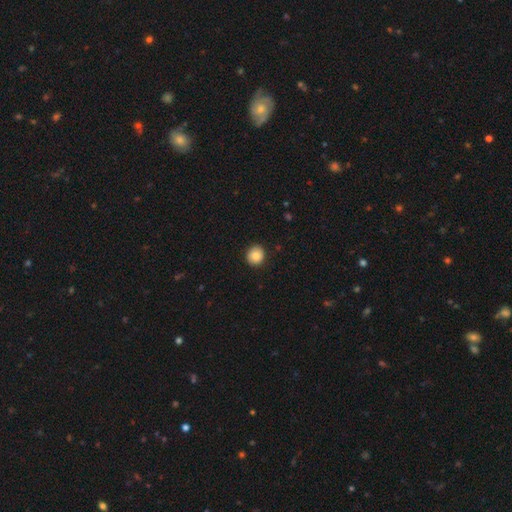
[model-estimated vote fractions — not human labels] A smooth galaxy with no disk features (86%) that is round (90%). Merging: none (91%).